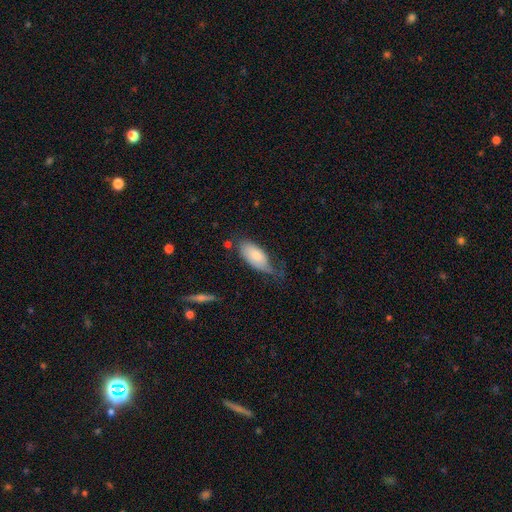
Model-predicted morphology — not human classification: Q: Smooth or featured?
A: smooth (72%); runner-up: featured or disk (22%)
Q: How rounded?
A: in between (91%); runner-up: cigar-shaped (7%)
Q: Merging?
A: none (39%); runner-up: minor disturbance (38%)